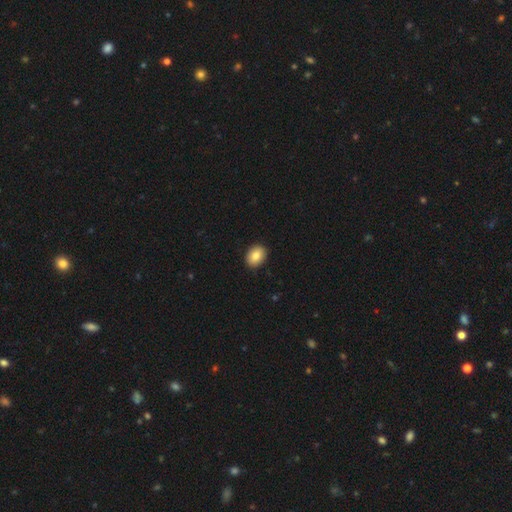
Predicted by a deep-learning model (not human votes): Morphology: type=smooth (86%); roundness=in between (68%); merging=none (91%).